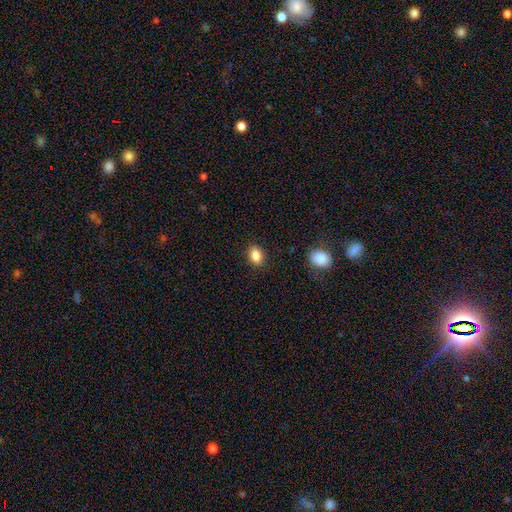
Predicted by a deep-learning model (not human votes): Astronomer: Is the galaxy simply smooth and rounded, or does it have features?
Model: smooth — 86%.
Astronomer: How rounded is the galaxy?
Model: in between — 78%.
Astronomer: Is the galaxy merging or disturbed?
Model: none — 88%.